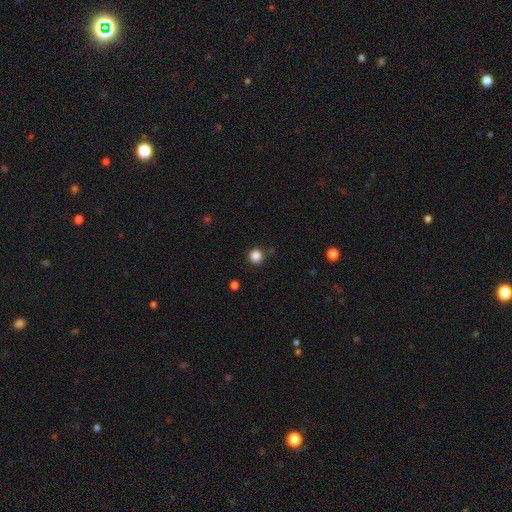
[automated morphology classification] This appears to be a smooth galaxy with no disk features (85%) that is round (94%). Merging: none (88%).